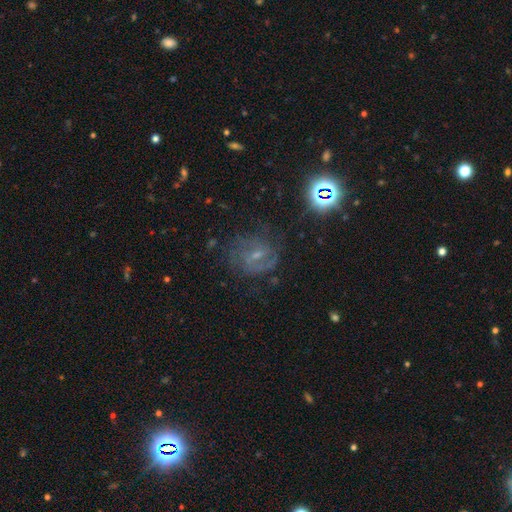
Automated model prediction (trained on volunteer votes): The model was most divided on "spiral winding": tight: 44%, medium: 41%, loose: 15%. Remaining: edge-on disk — no (97%); spiral arms — yes (85%); merging — none (67%); smooth or featured — featured or disk (65%); bulge size — small (59%); bar — weak (53%); spiral arm count — 2 (38%).